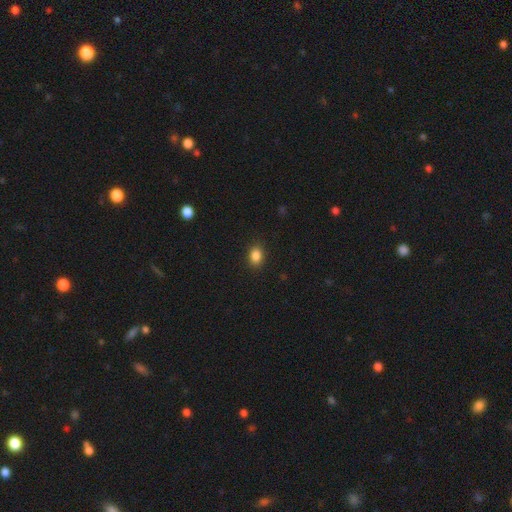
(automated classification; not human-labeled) Overall: smooth (86%). How rounded: in between (73%). Merging: none (89%).